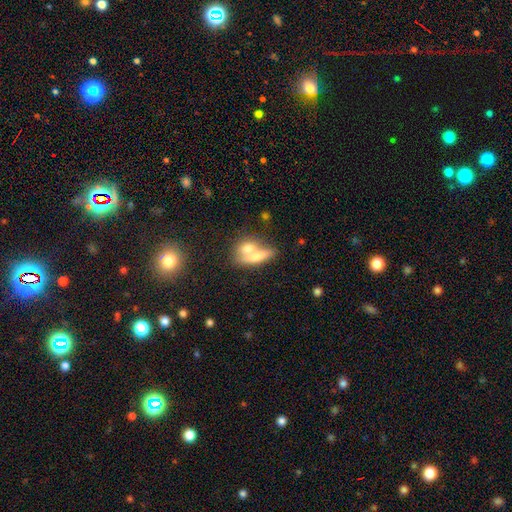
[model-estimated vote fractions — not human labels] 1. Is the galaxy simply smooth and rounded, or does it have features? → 59% smooth, 32% featured or disk, 9% star or artifact.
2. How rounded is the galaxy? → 51% in between, 33% cigar-shaped, 15% round.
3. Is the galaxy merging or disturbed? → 53% merger, 34% none, 8% minor disturbance, 5% major disturbance.